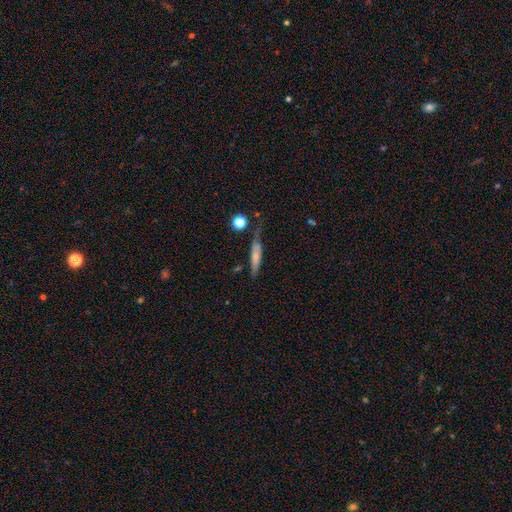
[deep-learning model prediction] The model was most divided on "merging": none: 52%, minor disturbance: 28%, major disturbance: 13%, merger: 8%. More confident: how rounded — cigar-shaped (81%); smooth or featured — smooth (59%).